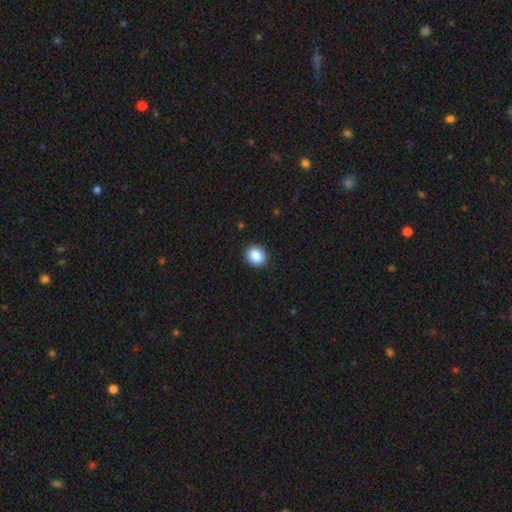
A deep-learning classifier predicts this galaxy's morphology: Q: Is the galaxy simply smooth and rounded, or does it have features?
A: smooth — 88%.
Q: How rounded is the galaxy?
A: round — 55%.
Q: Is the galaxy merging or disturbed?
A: none — 90%.